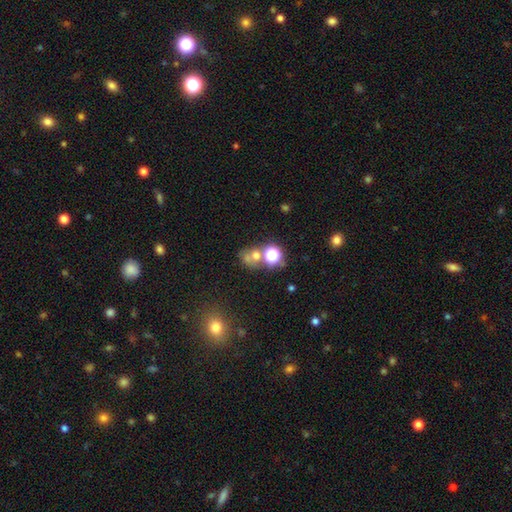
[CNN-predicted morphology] Smooth or featured? Predicted: smooth (p=0.54). How rounded? Predicted: round (p=0.71). Merging? Predicted: none (p=0.44).